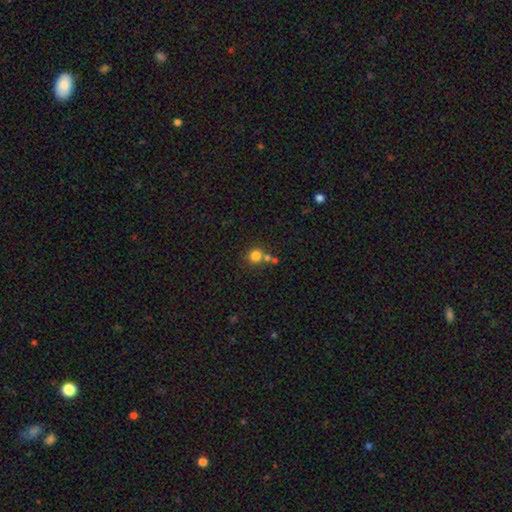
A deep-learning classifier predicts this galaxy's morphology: Smooth or featured? smooth (80%)
How rounded? round (89%)
Merging? none (63%)